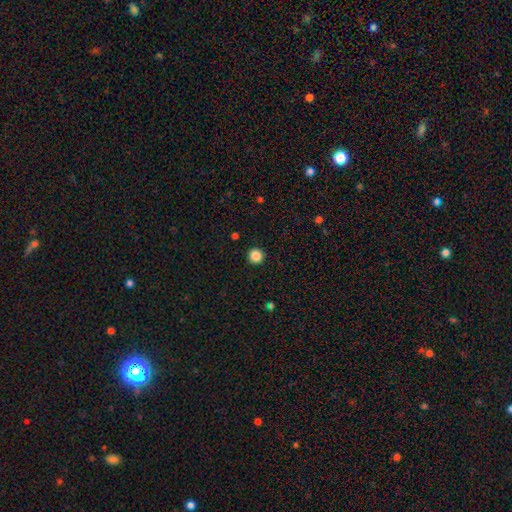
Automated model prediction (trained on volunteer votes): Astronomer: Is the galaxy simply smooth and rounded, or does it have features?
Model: smooth — 86%.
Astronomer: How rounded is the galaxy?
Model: round — 96%.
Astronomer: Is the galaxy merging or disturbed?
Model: none — 94%.